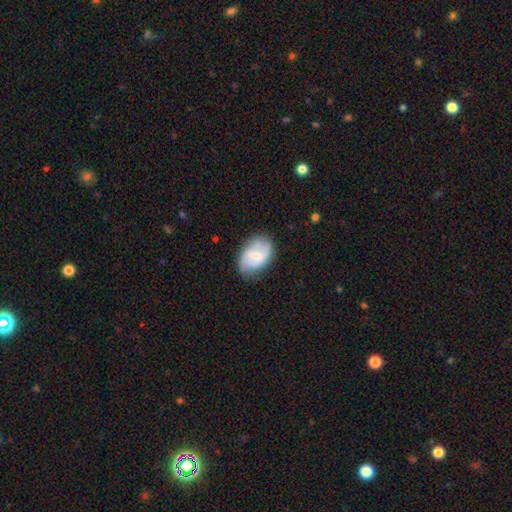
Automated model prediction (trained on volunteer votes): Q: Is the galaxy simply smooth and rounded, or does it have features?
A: featured or disk — 57%.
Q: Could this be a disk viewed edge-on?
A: no — 96%.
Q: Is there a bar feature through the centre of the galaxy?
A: weak — 47%.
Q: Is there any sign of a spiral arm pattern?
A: yes — 81%.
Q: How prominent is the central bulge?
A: moderate — 48%.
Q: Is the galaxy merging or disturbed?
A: none — 71%.